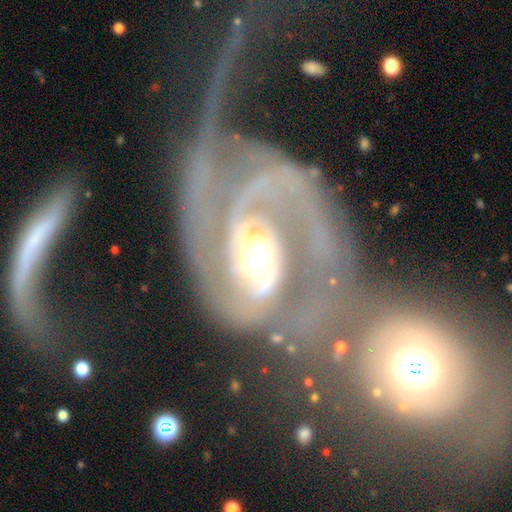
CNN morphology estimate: Smooth or featured? Predicted: featured or disk (p=0.89). Edge-on disk? Predicted: no (p=0.97). Bar? Predicted: no (p=0.43). Spiral arms? Predicted: yes (p=0.93). Spiral winding? Predicted: medium (p=0.42). Spiral arm count? Predicted: 2 (p=0.62). Bulge size? Predicted: moderate (p=0.63). Merging? Predicted: merger (p=0.47).